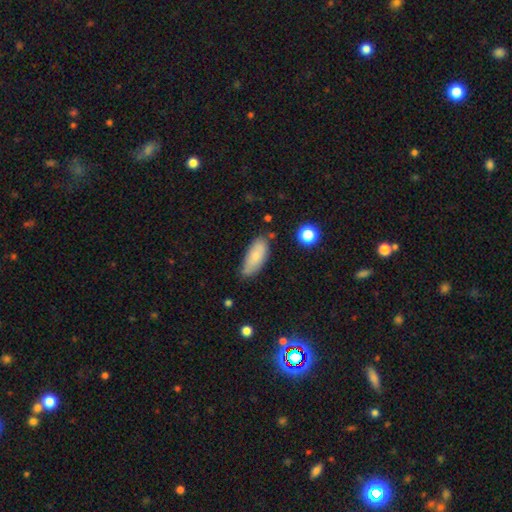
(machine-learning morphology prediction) A smooth galaxy with no disk features (78%) that is in between round and cigar-shaped (82%).

Vote fractions:
- Smooth or featured? smooth: 78% / featured or disk: 15% / star or artifact: 7%
- How rounded? in between: 82% / cigar-shaped: 16% / round: 2%
- Merging? none: 70% / minor disturbance: 23% / major disturbance: 4% / merger: 3%